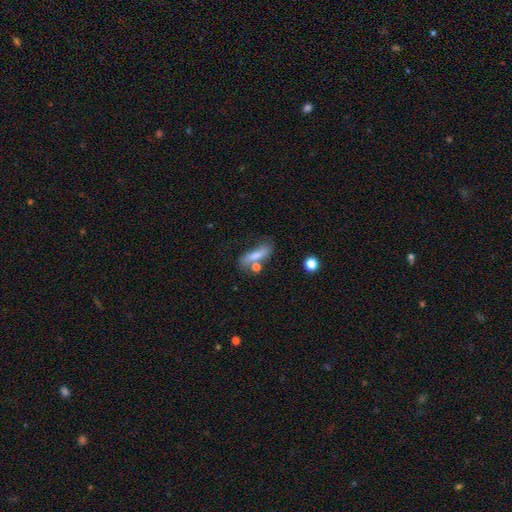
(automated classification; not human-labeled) Smooth or featured? Predicted: smooth (p=0.73). How rounded? Predicted: cigar-shaped (p=0.55). Merging? Predicted: none (p=0.51).